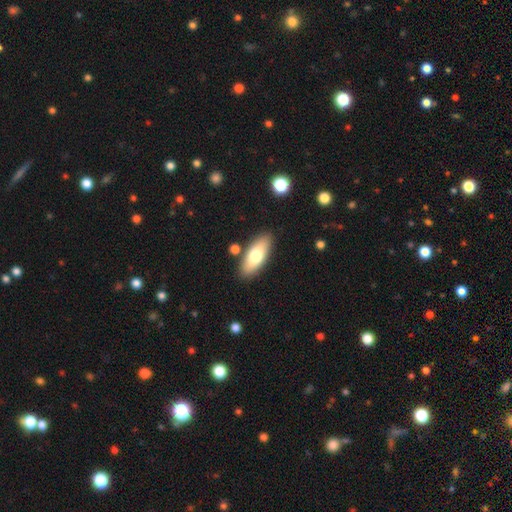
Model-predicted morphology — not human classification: smooth_or_featured: smooth (p=0.71) [alt: featured or disk p=0.23]
how_rounded: in between (p=0.75) [alt: cigar-shaped p=0.22]
merging: none (p=0.85) [alt: minor disturbance p=0.09]